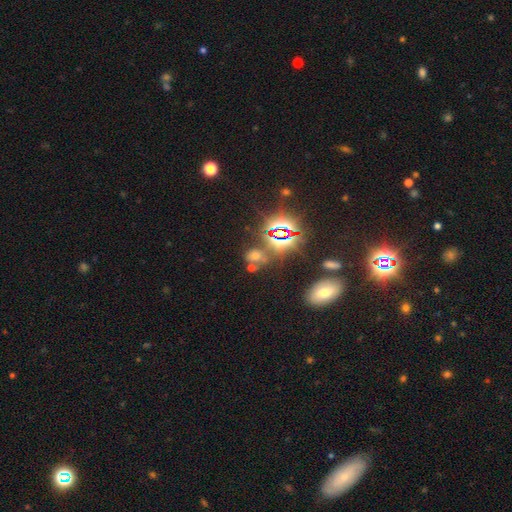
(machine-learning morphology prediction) Smooth or featured? Predicted: star or artifact (p=0.57).